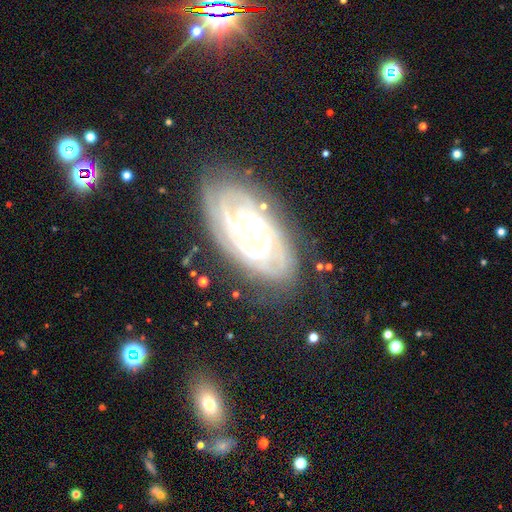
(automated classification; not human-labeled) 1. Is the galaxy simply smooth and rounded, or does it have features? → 87% featured or disk, 7% smooth, 6% star or artifact.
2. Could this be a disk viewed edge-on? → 93% no, 7% yes.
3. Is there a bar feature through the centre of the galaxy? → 64% no, 24% weak, 12% strong.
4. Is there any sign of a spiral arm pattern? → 96% yes, 4% no.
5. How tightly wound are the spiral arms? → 77% tight, 19% medium, 4% loose.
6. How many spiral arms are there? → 27% can't tell, 26% 2, 23% 3, 11% 4, 8% more than 4, 6% 1.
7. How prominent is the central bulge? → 61% moderate, 21% large, 13% small, 2% dominant, 2% none.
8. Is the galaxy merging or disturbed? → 75% none, 18% minor disturbance, 6% major disturbance, 2% merger.